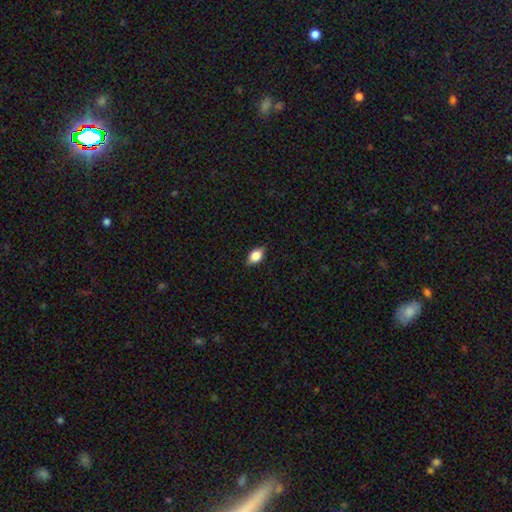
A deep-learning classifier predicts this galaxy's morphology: smooth-or-featured: smooth: 81% | featured or disk: 11% | star or artifact: 8%
  how-rounded: in between: 86% | round: 11% | cigar-shaped: 4%
  merging: none: 85% | minor disturbance: 12% | major disturbance: 2% | merger: 1%